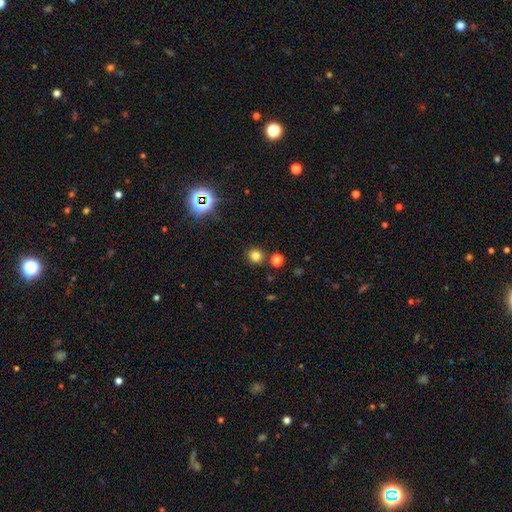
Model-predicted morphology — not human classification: This appears to be a smooth galaxy with no disk features (78%) that is round (91%). Merging: none (86%).